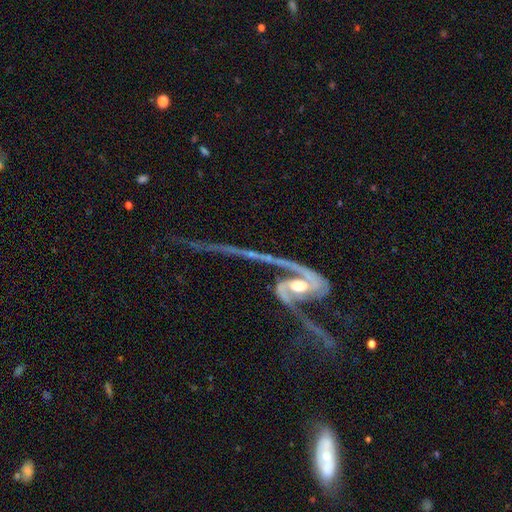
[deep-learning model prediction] The model was most divided on "merging" (2-way tie): none: 33%, major disturbance: 33%, merger: 19%, minor disturbance: 15%. Remaining: spiral arms — yes (91%); smooth or featured — featured or disk (88%); edge-on disk — no (88%); spiral arm count — 2 (84%); bulge size — moderate (59%); spiral winding — loose (51%); bar — no (44%).